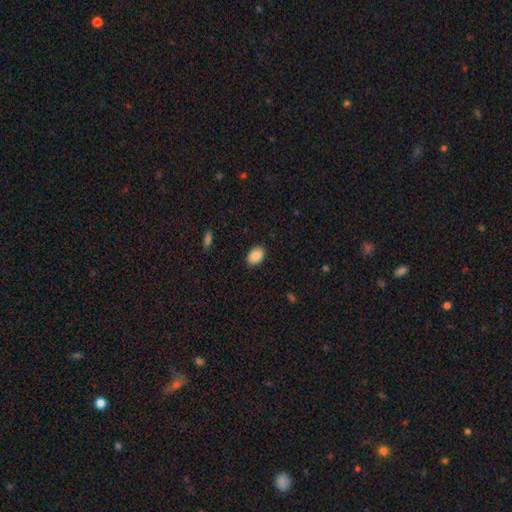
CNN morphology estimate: Q: Smooth or featured?
A: smooth (89%); runner-up: star or artifact (7%)
Q: How rounded?
A: in between (86%); runner-up: round (13%)
Q: Merging?
A: none (89%); runner-up: minor disturbance (8%)